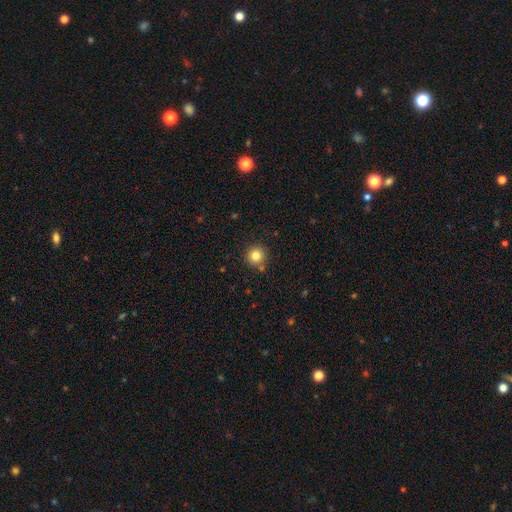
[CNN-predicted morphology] Smooth or featured: smooth — 83% (star or artifact — 11%)
How rounded: round — 95% (in between — 4%)
Merging: none — 85% (minor disturbance — 7%)